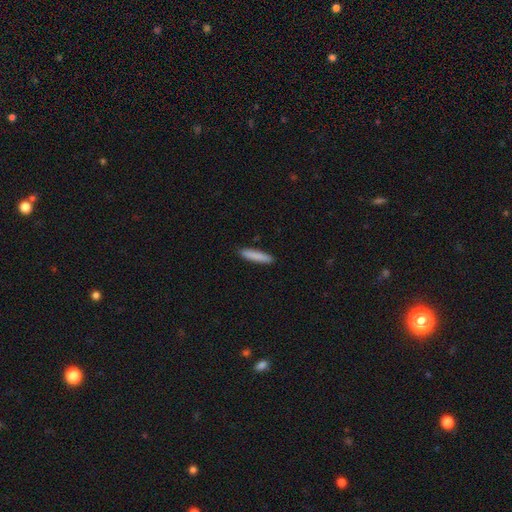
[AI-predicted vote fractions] The model was most divided on "how rounded": cigar-shaped: 88%, in between: 11%, round: 1%. More confident: merging — none (91%); smooth or featured — smooth (86%).